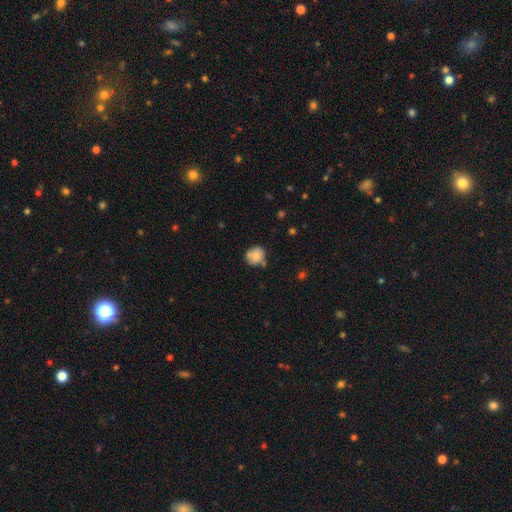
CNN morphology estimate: A smooth galaxy with no disk features (77%) that is round (77%). Merging: none (56%).